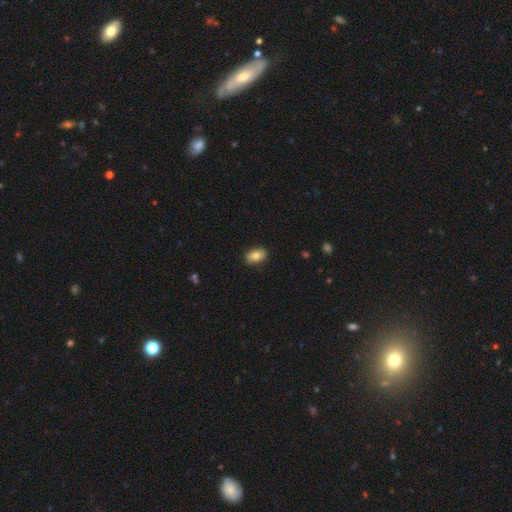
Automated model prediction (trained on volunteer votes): A smooth galaxy with no disk features (82%) that is in between round and cigar-shaped (90%). Merging: none (88%).